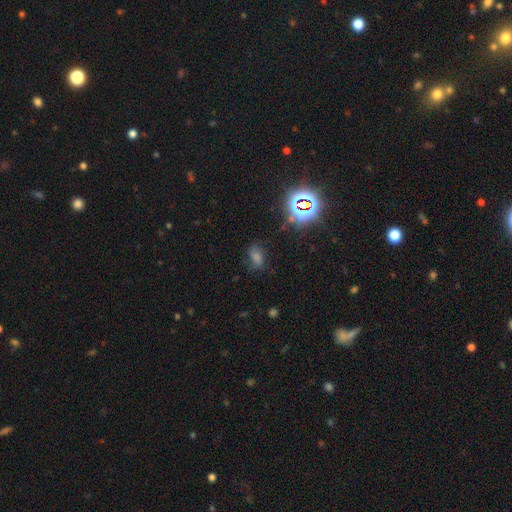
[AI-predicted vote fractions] smooth-or-featured: smooth: 48% | star or artifact: 36% | featured or disk: 17%
  merging: none: 65% | minor disturbance: 22% | major disturbance: 11% | merger: 3%